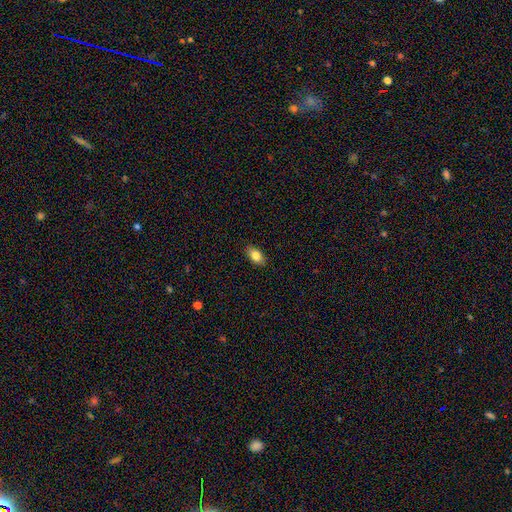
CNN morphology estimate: smooth 83%, featured or disk 9%, star or artifact 8%. Down the decision tree: how rounded — in between (89%); merging — none (88%).